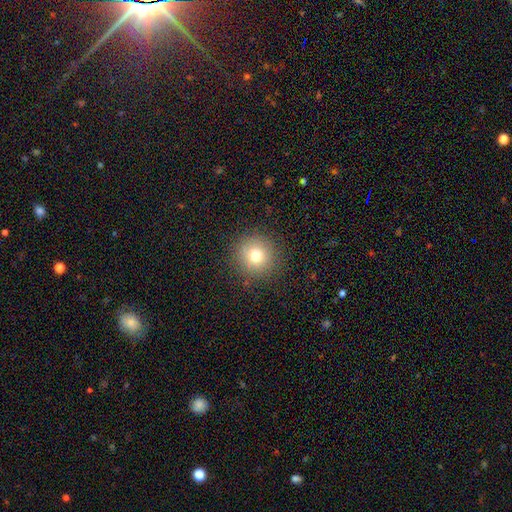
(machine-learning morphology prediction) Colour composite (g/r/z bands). It shows a smooth galaxy with no disk features (75%) that is round (94%). Merging: none (89%).